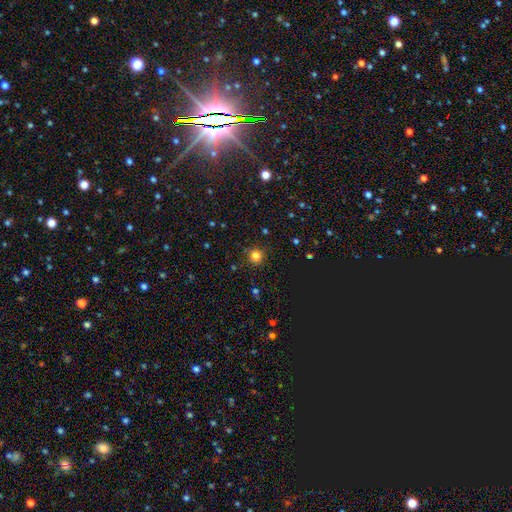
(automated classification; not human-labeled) Q: Smooth or featured?
A: smooth (80%); runner-up: star or artifact (16%)
Q: How rounded?
A: round (94%); runner-up: in between (5%)
Q: Merging?
A: none (89%); runner-up: minor disturbance (7%)